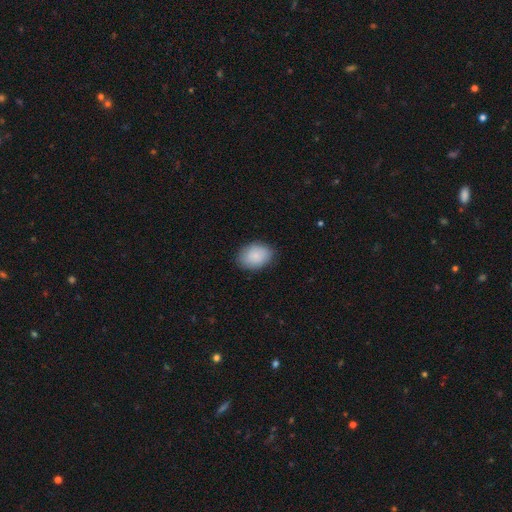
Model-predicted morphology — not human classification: The model was most divided on "how rounded": in between: 76%, round: 23%, cigar-shaped: 1%. More confident: smooth or featured — smooth (88%); merging — none (85%).